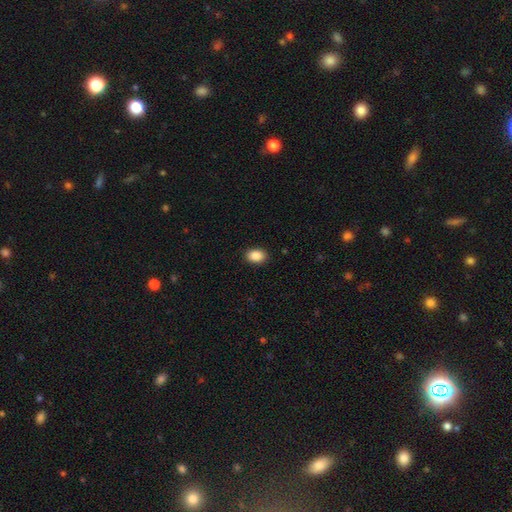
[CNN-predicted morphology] smooth-or-featured: smooth: 88% | star or artifact: 8% | featured or disk: 4%
  how-rounded: in between: 78% | round: 21% | cigar-shaped: 1%
  merging: none: 90% | minor disturbance: 7% | major disturbance: 2% | merger: 1%